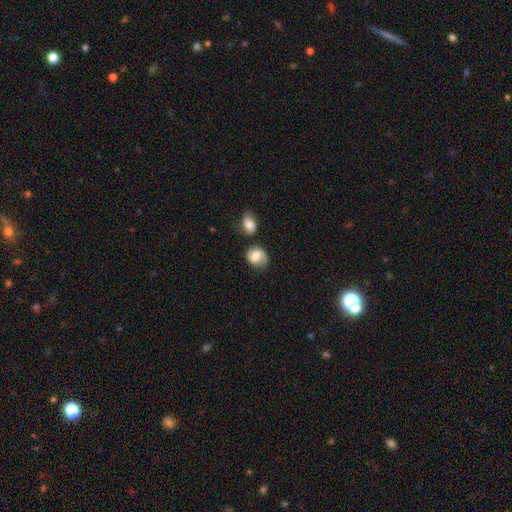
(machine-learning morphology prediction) A smooth galaxy with no disk features (64%) that is round (51%). Merging: none (50%).